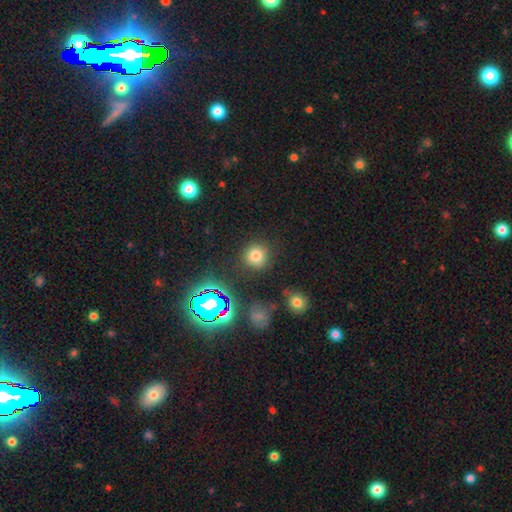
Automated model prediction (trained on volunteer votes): smooth-or-featured: smooth: 71% | star or artifact: 21% | featured or disk: 8%
  how-rounded: round: 90% | in between: 9% | cigar-shaped: 1%
  merging: none: 84% | minor disturbance: 9% | major disturbance: 4% | merger: 3%